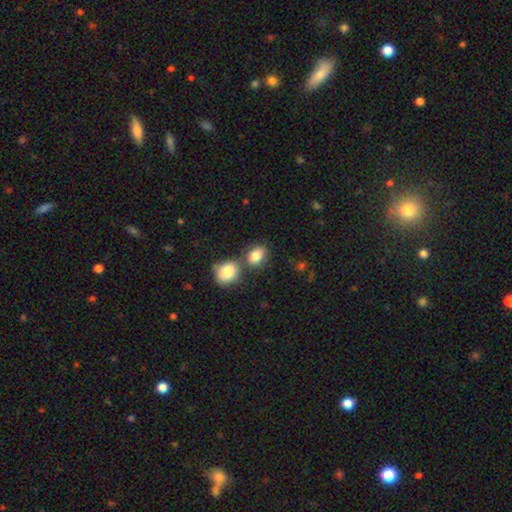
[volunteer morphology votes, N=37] This is clearly a smooth galaxy (86%). How rounded: possibly in between (59%). Merging: possibly none (51%).